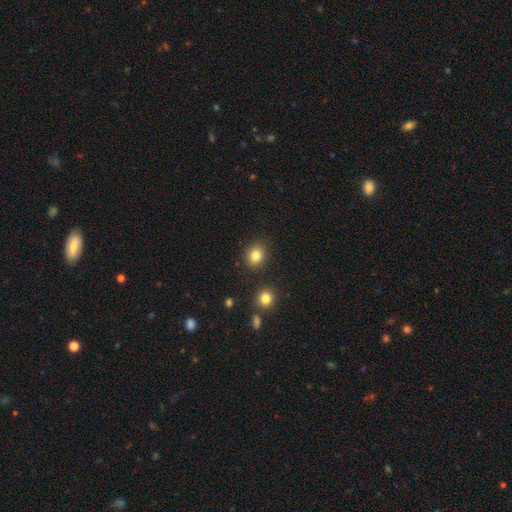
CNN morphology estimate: Overall: smooth (83%). How rounded: round (62%; in between 37%). Merging: none (85%).